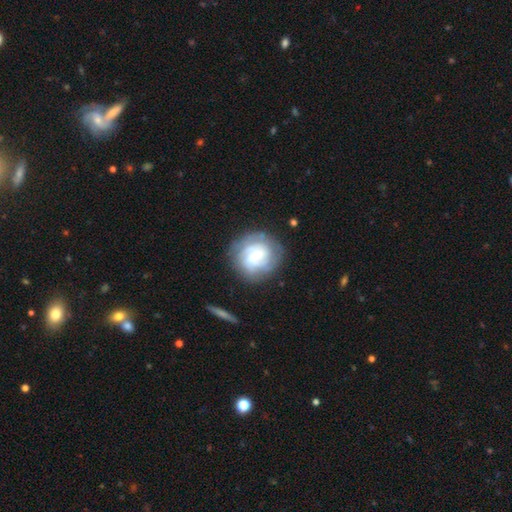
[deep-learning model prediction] Morphology: type=featured or disk (72%); edge-on=no (97%); bar=weak (48%); spiral arms=yes (88%); winding=tight (63%); arm count=can't tell (38%); bulge=small (49%); merging=none (76%).